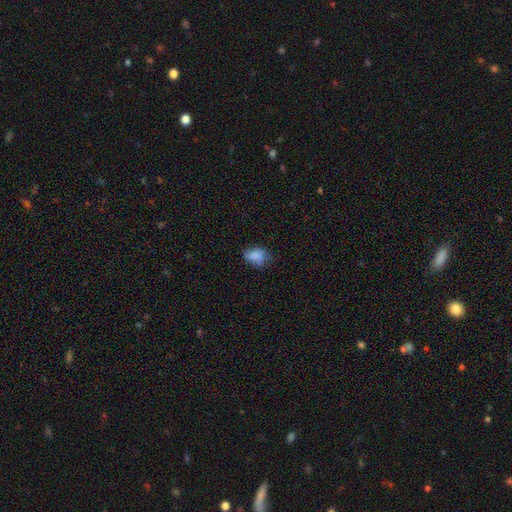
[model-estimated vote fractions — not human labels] Smooth or featured? Predicted: smooth (p=0.79). How rounded? Predicted: in between (p=0.77). Merging? Predicted: none (p=0.53).